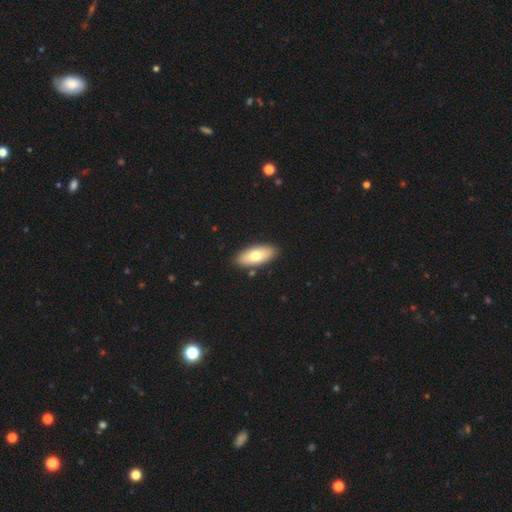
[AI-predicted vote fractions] Overall: smooth (71%). How rounded: in between (87%). Merging: none (88%).